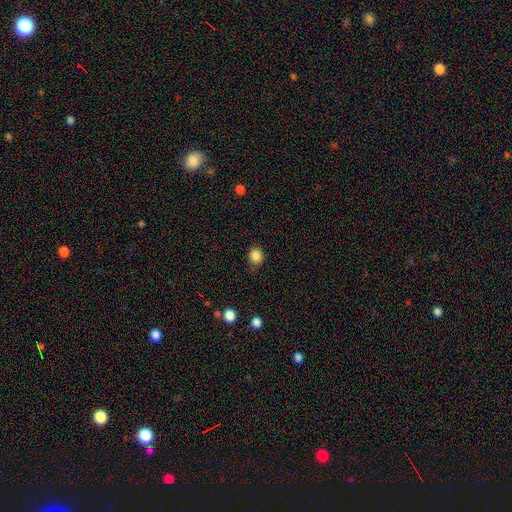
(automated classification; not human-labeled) Smooth or featured?
  - smooth: 85% *
  - star or artifact: 11%
  - featured or disk: 4%
How rounded?
  - round: 71% *
  - in between: 29%
  - cigar-shaped: 1%
Merging?
  - none: 77% *
  - minor disturbance: 18%
  - major disturbance: 4%
  - merger: 1%